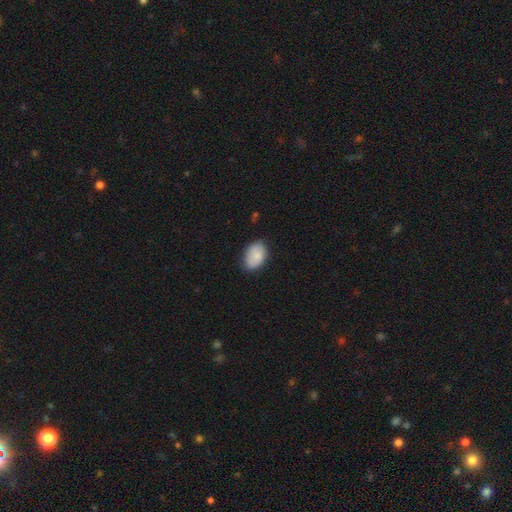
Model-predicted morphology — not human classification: Smooth or featured: smooth — 81% (featured or disk — 12%)
How rounded: in between — 86% (round — 13%)
Merging: none — 73% (minor disturbance — 22%)